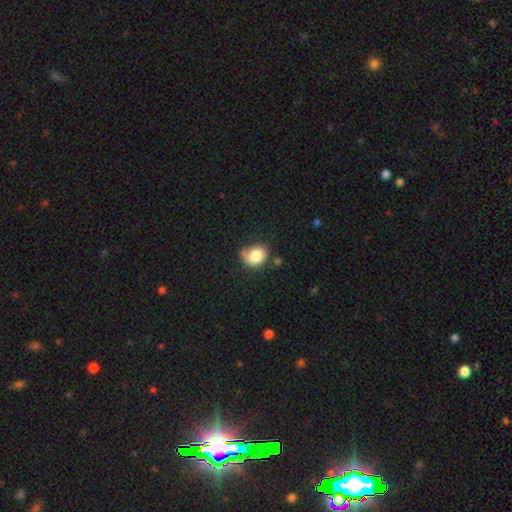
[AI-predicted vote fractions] smooth-or-featured: smooth: 81% | featured or disk: 11% | star or artifact: 8%
  how-rounded: round: 58% | in between: 41% | cigar-shaped: 1%
  merging: none: 55% | minor disturbance: 29% | major disturbance: 10% | merger: 7%